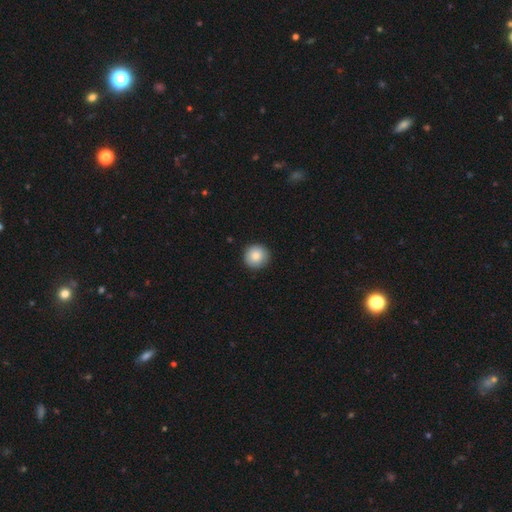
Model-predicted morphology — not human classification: smooth_or_featured: smooth (p=0.86) [alt: star or artifact p=0.08]
how_rounded: round (p=0.95) [alt: in between p=0.04]
merging: none (p=0.92) [alt: minor disturbance p=0.06]